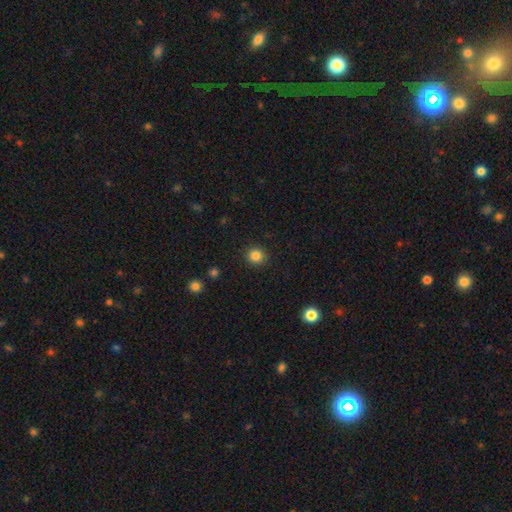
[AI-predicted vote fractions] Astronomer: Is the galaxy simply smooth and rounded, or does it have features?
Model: smooth — 84%.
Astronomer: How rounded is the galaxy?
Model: round — 91%.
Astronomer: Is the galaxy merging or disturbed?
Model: none — 92%.